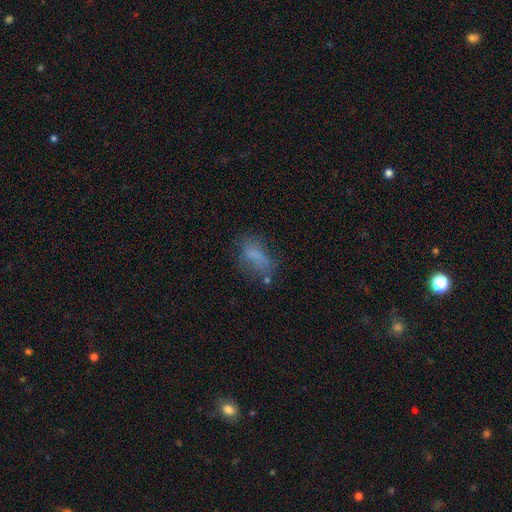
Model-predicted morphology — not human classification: Overall: smooth (64%). How rounded: in between (82%). Merging: none (47%; minor disturbance 26%).